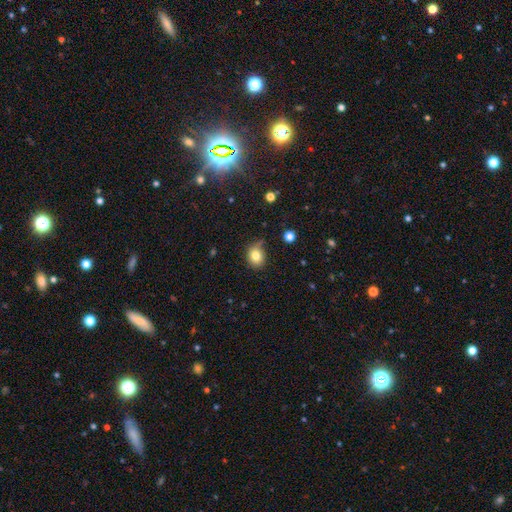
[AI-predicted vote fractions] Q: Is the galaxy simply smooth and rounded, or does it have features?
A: smooth — 80%.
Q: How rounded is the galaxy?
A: round — 64%.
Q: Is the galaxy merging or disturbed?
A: none — 65%.